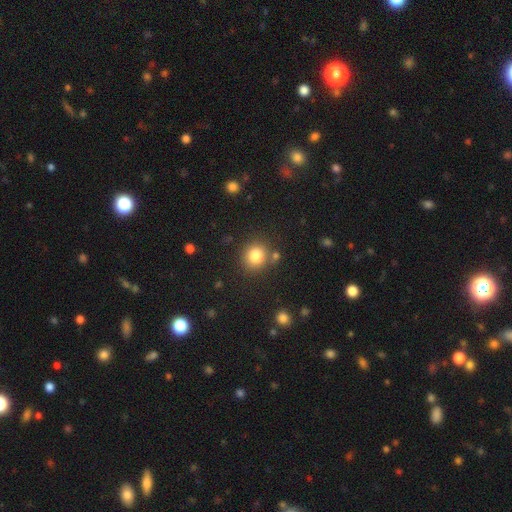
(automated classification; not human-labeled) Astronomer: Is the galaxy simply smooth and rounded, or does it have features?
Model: smooth — 82%.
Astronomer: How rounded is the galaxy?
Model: round — 84%.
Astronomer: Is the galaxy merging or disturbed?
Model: none — 78%.